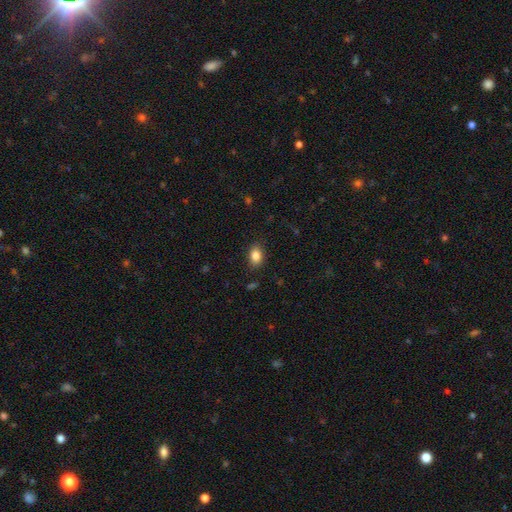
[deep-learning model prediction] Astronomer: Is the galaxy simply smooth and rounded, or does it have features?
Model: smooth — 85%.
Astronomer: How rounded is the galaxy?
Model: in between — 81%.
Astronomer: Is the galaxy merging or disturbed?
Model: none — 85%.